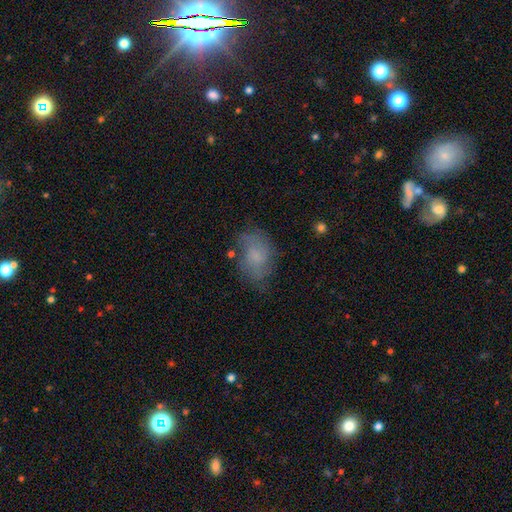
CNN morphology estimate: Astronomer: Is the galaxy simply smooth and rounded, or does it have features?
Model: smooth — 57% (runner-up: featured or disk, 33%).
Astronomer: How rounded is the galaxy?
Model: in between — 79%.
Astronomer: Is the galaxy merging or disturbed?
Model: none — 61%.